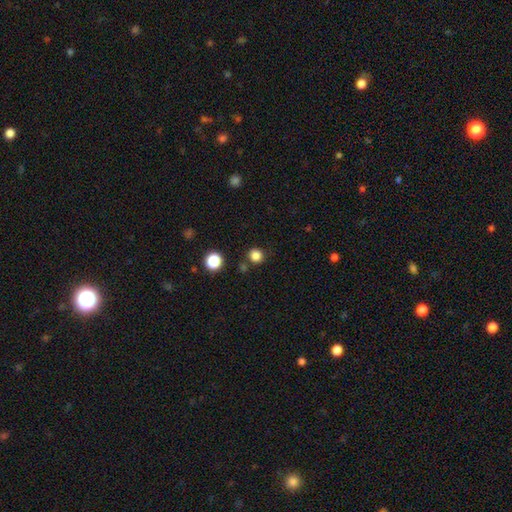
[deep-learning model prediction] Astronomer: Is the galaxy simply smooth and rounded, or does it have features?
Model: smooth — 83%.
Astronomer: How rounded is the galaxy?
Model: round — 91%.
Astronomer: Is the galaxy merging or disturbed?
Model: none — 83%.